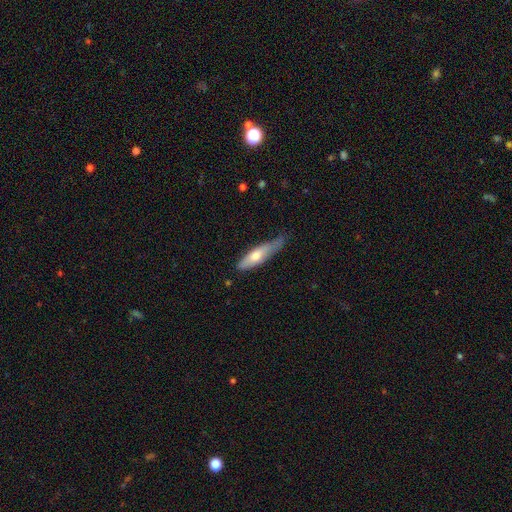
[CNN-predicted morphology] This is possibly a smooth galaxy (59%). How rounded: likely cigar-shaped (73%). Merging: possibly none (58%).